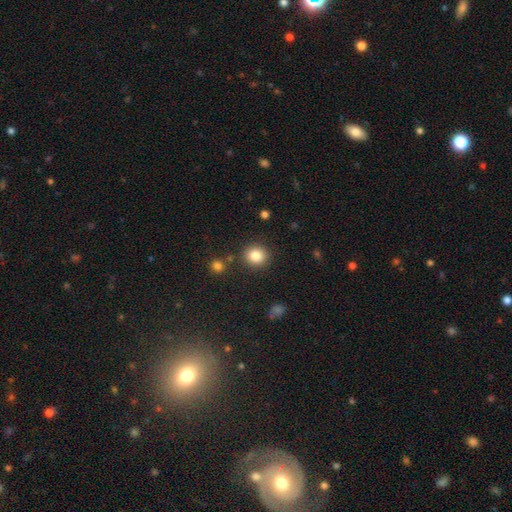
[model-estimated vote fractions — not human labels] smooth 84%, star or artifact 10%, featured or disk 6%. Down the decision tree: how rounded — round (85%); merging — none (87%).